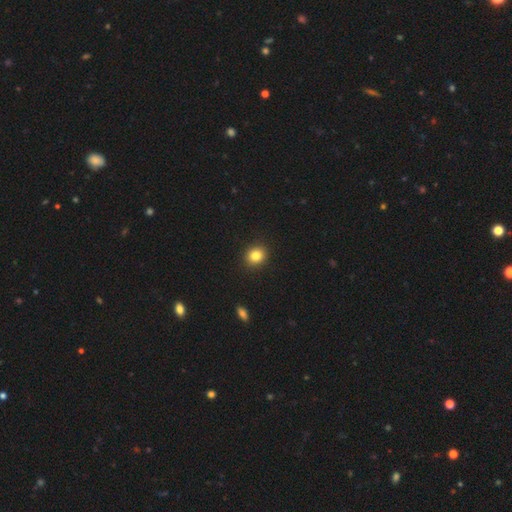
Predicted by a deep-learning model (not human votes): This appears to be a smooth galaxy with no disk features (83%) that is round (74%). Merging: none (91%).